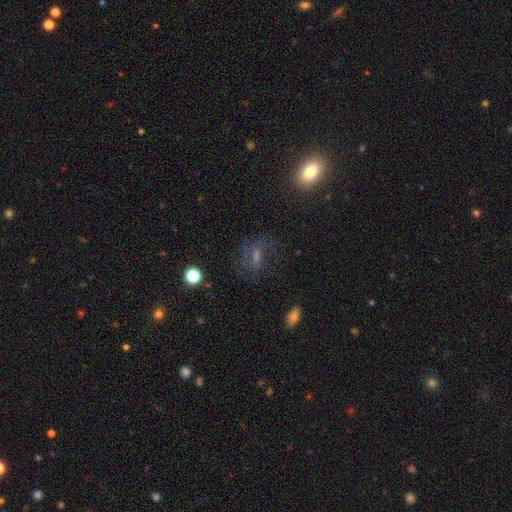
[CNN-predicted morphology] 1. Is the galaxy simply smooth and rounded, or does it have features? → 38% smooth (tied), 38% featured or disk (tied), 24% star or artifact.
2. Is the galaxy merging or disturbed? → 59% none, 19% major disturbance, 19% minor disturbance, 3% merger.